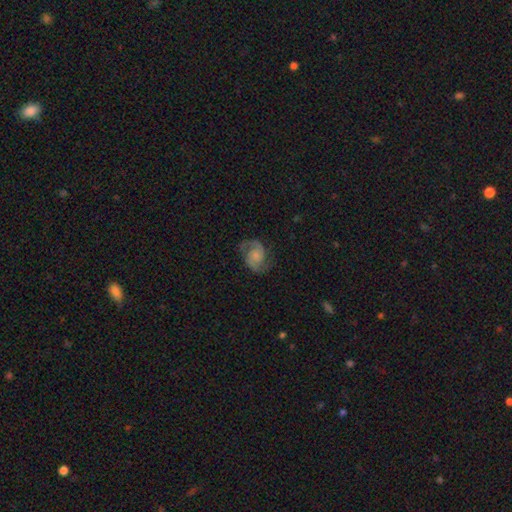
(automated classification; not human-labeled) featured or disk 86%, smooth 8%, star or artifact 6%. Down the decision tree: edge-on disk — no (98%); bar — no (67%); spiral arms — yes (97%); spiral arm count — 2 (93%); spiral winding — medium (57%); bulge size — small (40%); merging — none (79%).